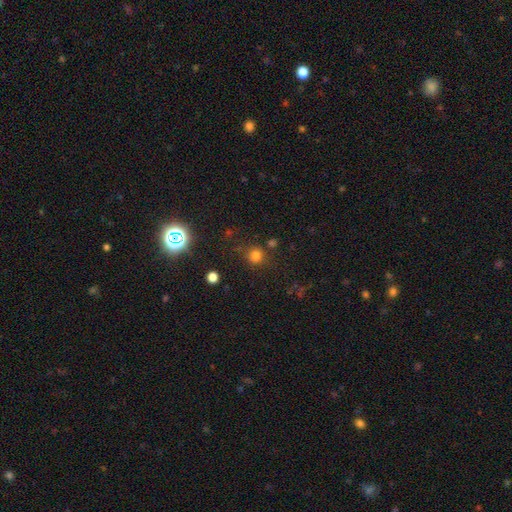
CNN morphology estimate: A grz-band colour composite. It shows a smooth galaxy with no disk features (75%) that is round (89%). Merging: none (79%).